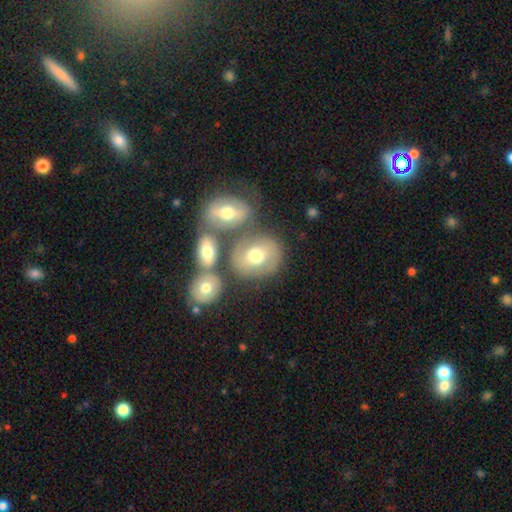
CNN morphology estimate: This is possibly a smooth galaxy (57%). How rounded: possibly round (54%). Merging: possibly none (49%).